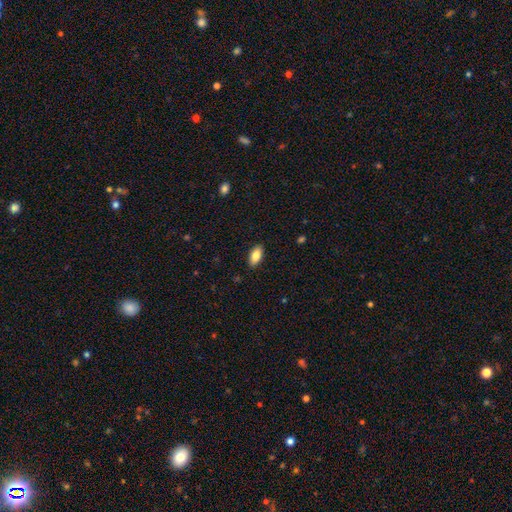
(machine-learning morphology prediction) This appears to be a smooth galaxy with no disk features (83%) that is in between round and cigar-shaped (90%). Merging: none (89%).